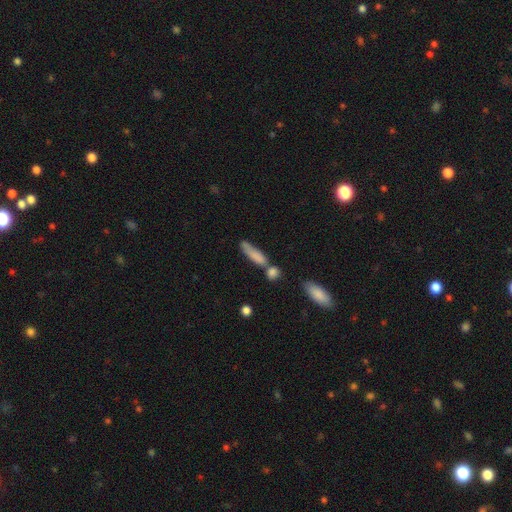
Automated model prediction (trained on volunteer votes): This appears to be a smooth galaxy with no disk features (77%) that is cigar-shaped (64%). Merging: none (40%).